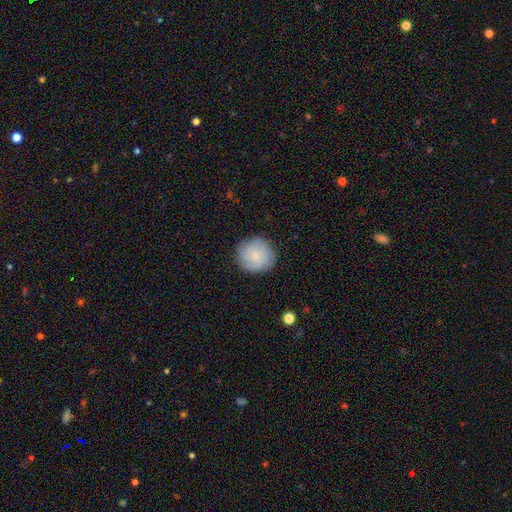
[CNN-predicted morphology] The model was most divided on "smooth or featured": smooth: 80%, featured or disk: 14%, star or artifact: 7%. More confident: how rounded — round (93%); merging — none (87%).